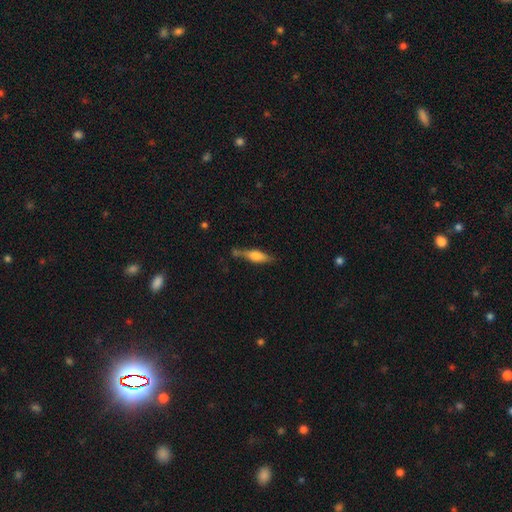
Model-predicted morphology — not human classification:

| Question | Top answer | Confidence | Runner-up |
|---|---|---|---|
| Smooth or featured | smooth | 51% | featured or disk (41%) |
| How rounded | cigar-shaped | 60% | in between (37%) |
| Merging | none | 63% | minor disturbance (22%) |